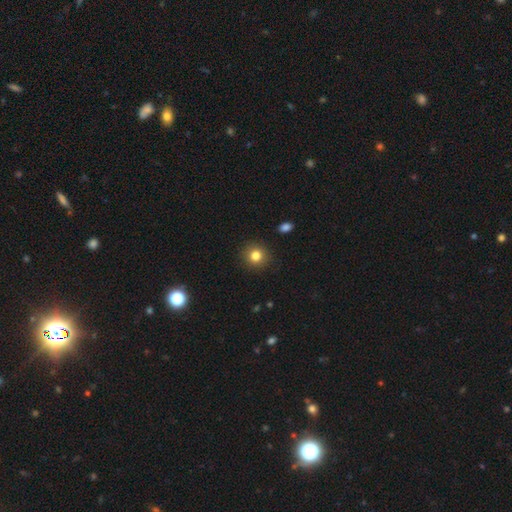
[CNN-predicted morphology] Smooth or featured: smooth — 82% (star or artifact — 12%)
How rounded: round — 90% (in between — 9%)
Merging: none — 91% (minor disturbance — 6%)